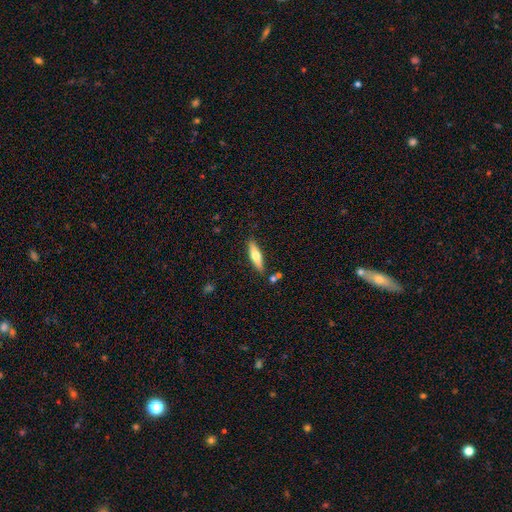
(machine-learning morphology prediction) A smooth galaxy with no disk features (53%) that is cigar-shaped (72%).

Vote fractions:
- Smooth or featured? smooth: 53% / featured or disk: 41% / star or artifact: 6%
- How rounded? cigar-shaped: 72% / in between: 26% / round: 2%
- Merging? none: 84% / minor disturbance: 10% / merger: 4% / major disturbance: 2%